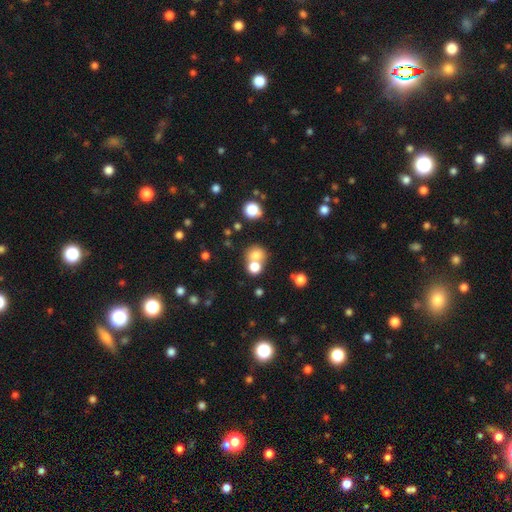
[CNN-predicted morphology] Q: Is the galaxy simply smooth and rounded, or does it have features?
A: smooth — 75%.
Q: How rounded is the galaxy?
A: round — 78%.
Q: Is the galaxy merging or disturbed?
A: none — 46%.